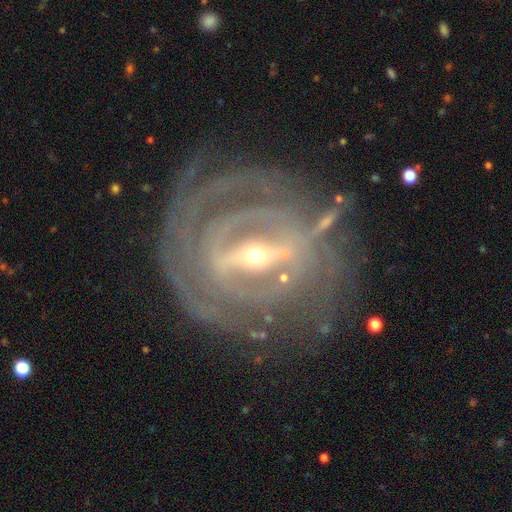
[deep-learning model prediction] A featured or disk galaxy (89%) with a strong bar (66%), tight (70%) spiral arms (91%) and a small central bulge (64%). Merging: none (65%).